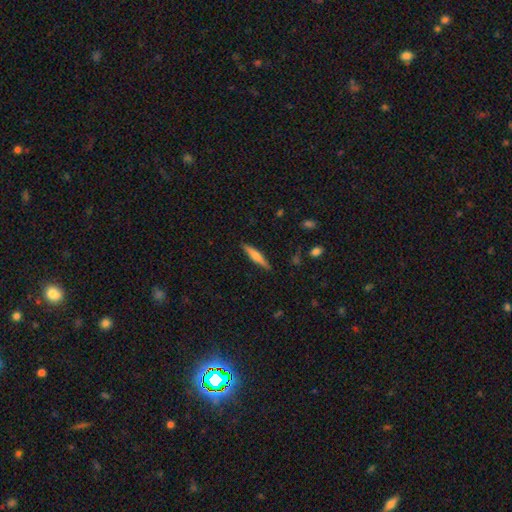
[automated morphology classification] Q: Smooth or featured?
A: smooth (52%); runner-up: featured or disk (42%)
Q: How rounded?
A: cigar-shaped (88%); runner-up: in between (10%)
Q: Merging?
A: none (89%); runner-up: minor disturbance (8%)